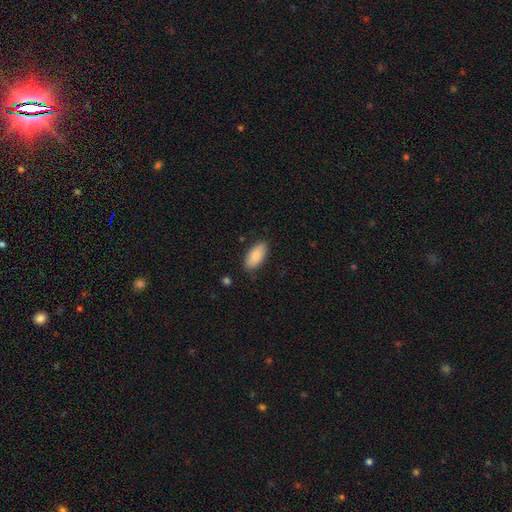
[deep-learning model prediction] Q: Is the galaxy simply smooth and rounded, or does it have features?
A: smooth — 88%.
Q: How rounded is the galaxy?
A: in between — 91%.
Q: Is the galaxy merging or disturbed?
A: none — 84%.